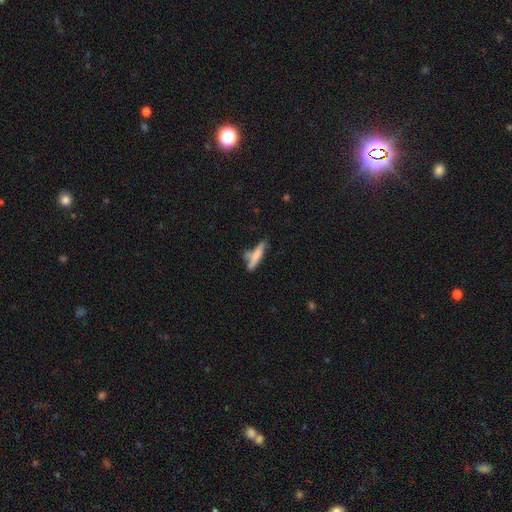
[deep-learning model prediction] Smooth or featured? Predicted: smooth (p=0.67). How rounded? Predicted: cigar-shaped (p=0.84). Merging? Predicted: none (p=0.56).